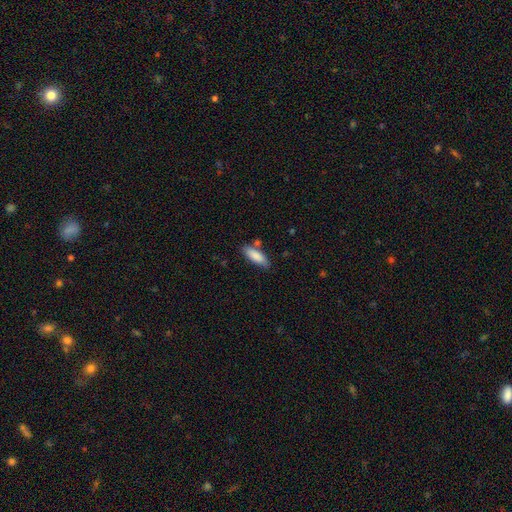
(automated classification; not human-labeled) smooth_or_featured: smooth (p=0.86) [alt: featured or disk p=0.08]
how_rounded: in between (p=0.64) [alt: cigar-shaped p=0.34]
merging: none (p=0.73) [alt: minor disturbance p=0.17]